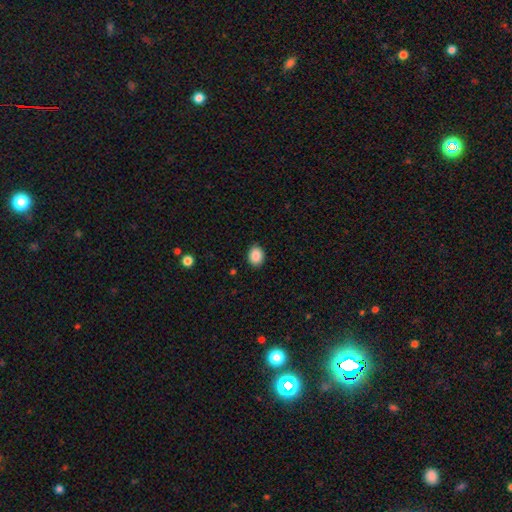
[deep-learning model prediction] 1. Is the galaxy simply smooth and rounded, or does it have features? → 89% smooth, 8% star or artifact, 3% featured or disk.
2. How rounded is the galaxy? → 60% in between, 39% round, 1% cigar-shaped.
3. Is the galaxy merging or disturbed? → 89% none, 8% minor disturbance, 2% major disturbance, 1% merger.